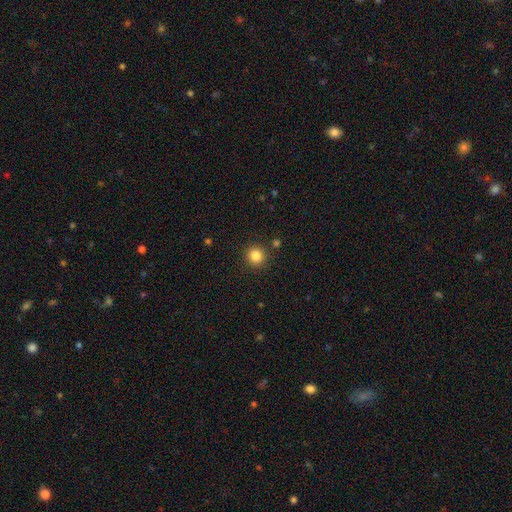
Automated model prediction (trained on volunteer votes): The model was most divided on "smooth or featured": smooth: 84%, star or artifact: 11%, featured or disk: 4%. More confident: how rounded — round (92%); merging — none (89%).